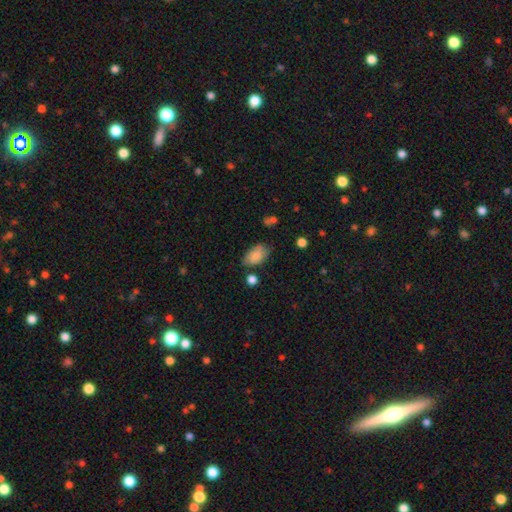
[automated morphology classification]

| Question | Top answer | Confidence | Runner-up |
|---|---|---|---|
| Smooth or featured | smooth | 84% | featured or disk (8%) |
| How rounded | in between | 92% | round (6%) |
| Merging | none | 66% | minor disturbance (23%) |